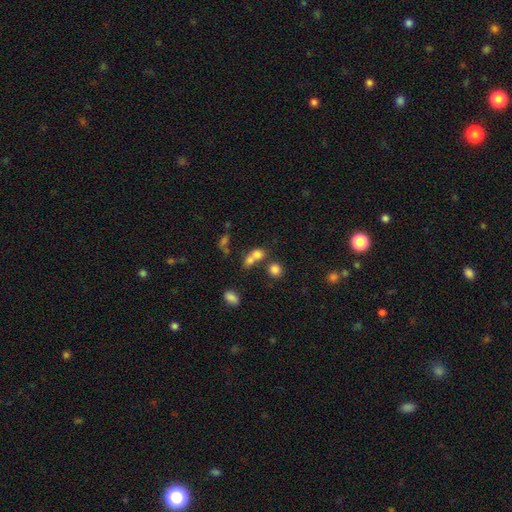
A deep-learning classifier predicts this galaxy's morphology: smooth_or_featured: smooth (p=0.71) [alt: star or artifact p=0.15]
how_rounded: round (p=0.56) [alt: in between p=0.40]
merging: merger (p=0.57) [alt: none p=0.30]